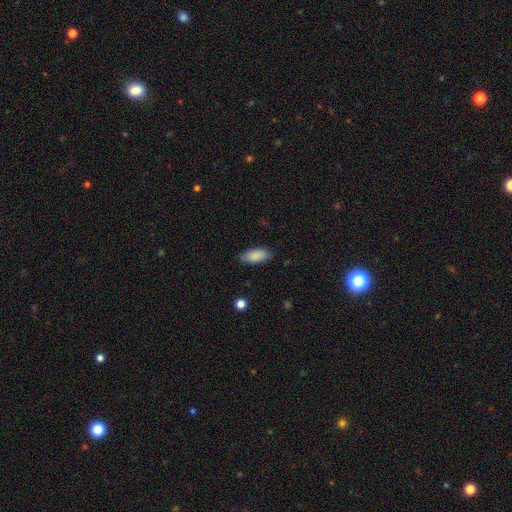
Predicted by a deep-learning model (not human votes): Morphology: type=smooth (88%); roundness=in between (86%); merging=none (83%).